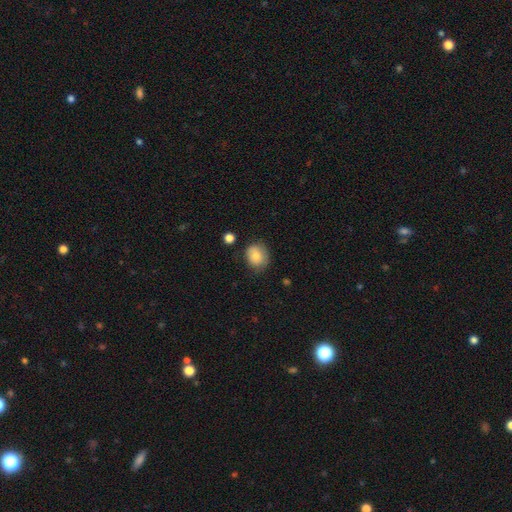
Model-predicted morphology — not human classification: A smooth galaxy with no disk features (81%) that is round (61%). Merging: none (68%).